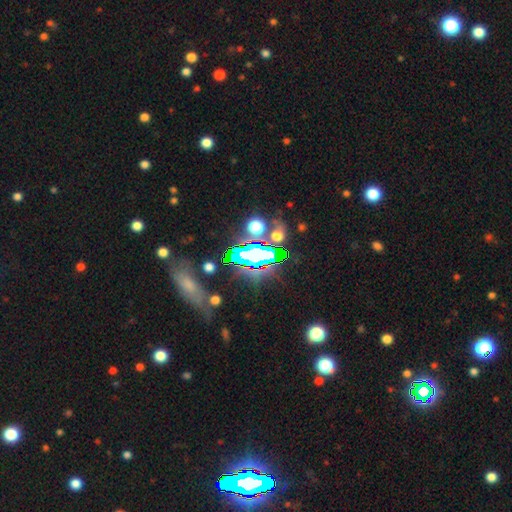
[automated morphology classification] Smooth or featured?
  - star or artifact: 65% *
  - smooth: 21%
  - featured or disk: 13%